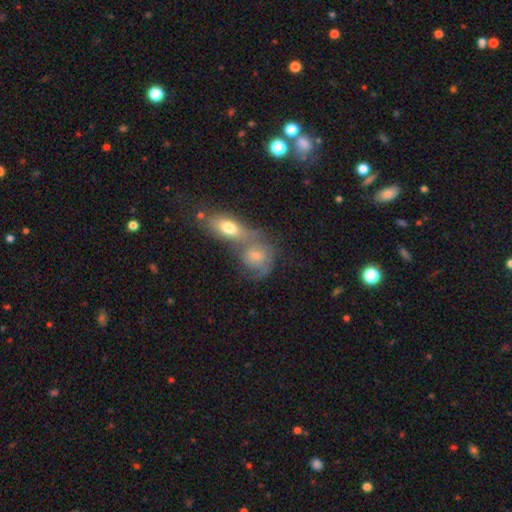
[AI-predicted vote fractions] Smooth or featured?
  - featured or disk: 47% *
  - smooth: 44%
  - star or artifact: 9%
Merging?
  - merger: 50% *
  - none: 31%
  - minor disturbance: 12%
  - major disturbance: 7%